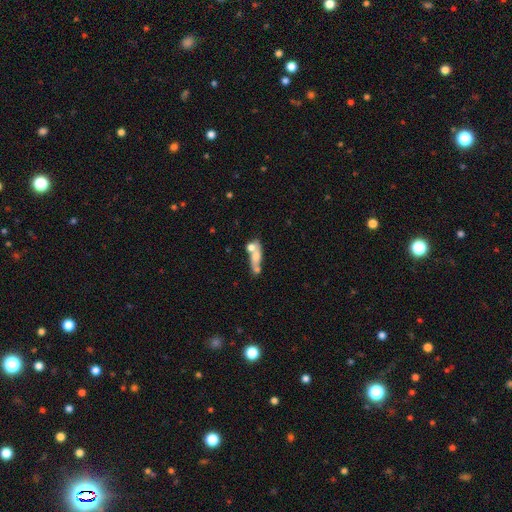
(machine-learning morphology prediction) A smooth galaxy with no disk features (55%) that is in between round and cigar-shaped (48%).

Vote fractions:
- Smooth or featured? smooth: 55% / featured or disk: 36% / star or artifact: 10%
- How rounded? in between: 48% / cigar-shaped: 40% / round: 12%
- Merging? merger: 45% / none: 34% / minor disturbance: 13% / major disturbance: 9%